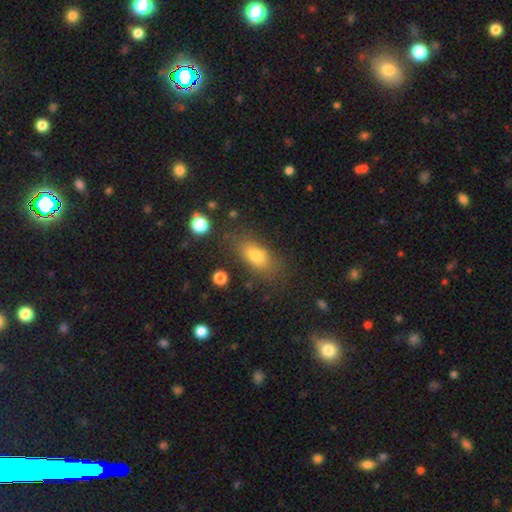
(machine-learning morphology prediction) A smooth galaxy with no disk features (75%) that is in between round and cigar-shaped (80%). Merging: none (74%).